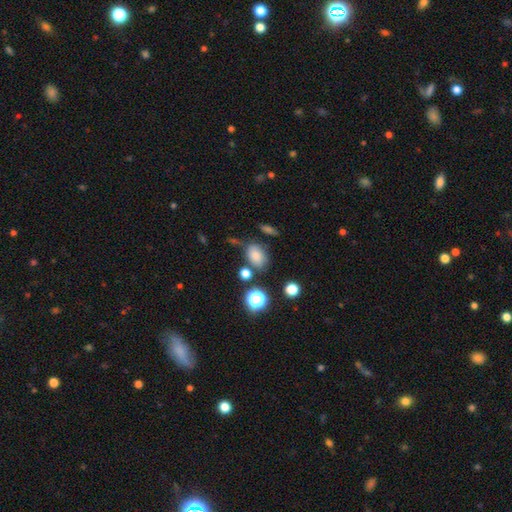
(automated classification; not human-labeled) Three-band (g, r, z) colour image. It shows a smooth galaxy with no disk features (77%) that is in between round and cigar-shaped (77%). Merging: none (63%).